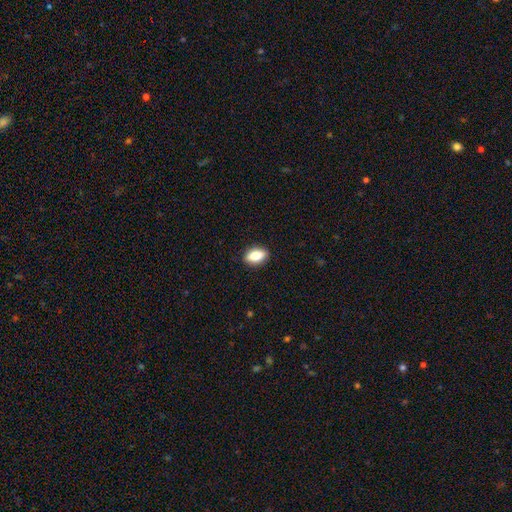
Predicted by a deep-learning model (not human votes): This is likely a smooth galaxy (78%). How rounded: clearly in between (86%). Merging: clearly none (89%).